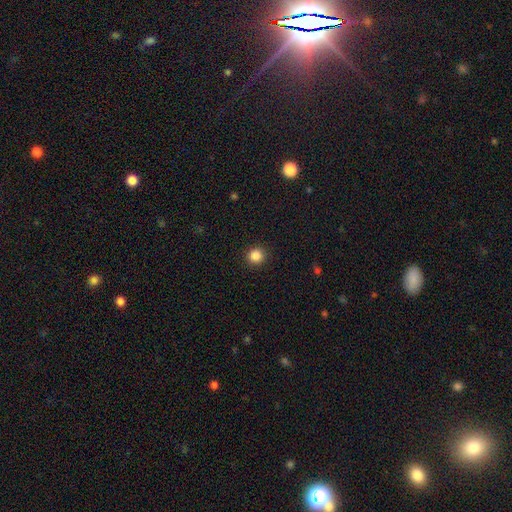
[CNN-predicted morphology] This is clearly a smooth galaxy (86%). How rounded: clearly round (94%). Merging: clearly none (93%).